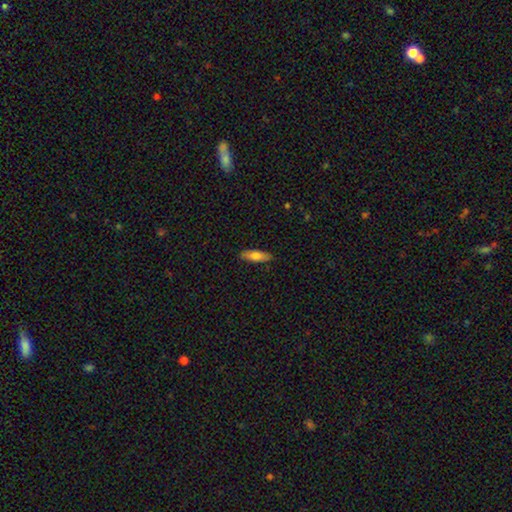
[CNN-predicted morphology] Smooth or featured? smooth (76%)
How rounded? in between (50%)
Merging? none (88%)